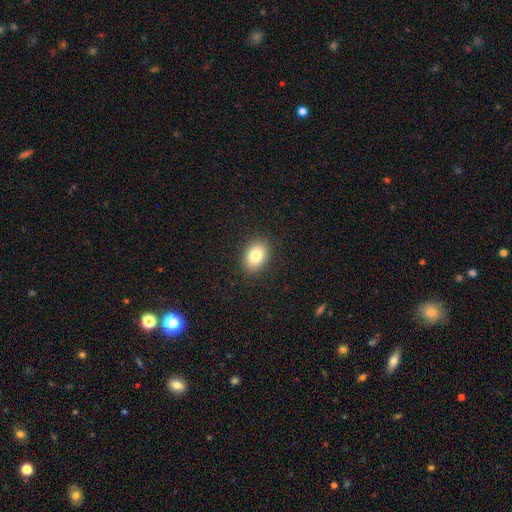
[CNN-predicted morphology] Smooth or featured?
  - smooth: 82% *
  - featured or disk: 9%
  - star or artifact: 9%
How rounded?
  - in between: 75% *
  - round: 24%
  - cigar-shaped: 1%
Merging?
  - none: 89% *
  - minor disturbance: 8%
  - major disturbance: 2%
  - merger: 1%